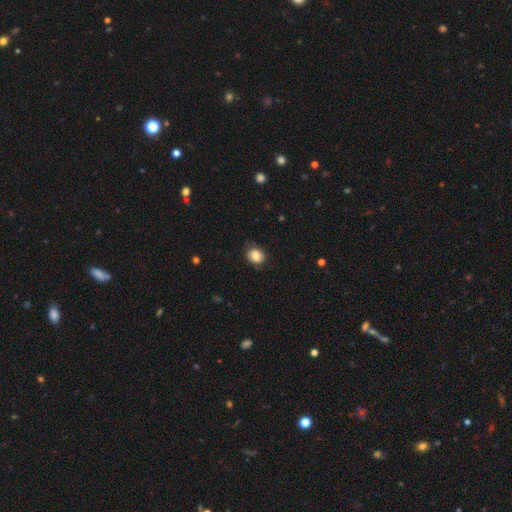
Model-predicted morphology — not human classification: This appears to be a smooth galaxy with no disk features (83%) that is round (63%). Merging: none (69%).